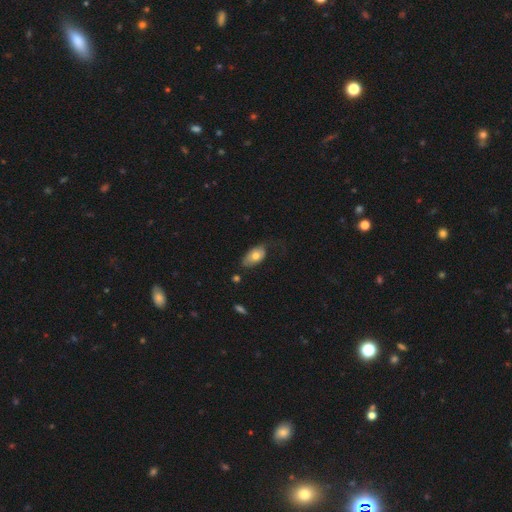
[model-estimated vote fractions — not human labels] A smooth galaxy with no disk features (67%) that is in between round and cigar-shaped (92%).

Vote fractions:
- Smooth or featured? smooth: 67% / featured or disk: 26% / star or artifact: 7%
- How rounded? in between: 92% / round: 5% / cigar-shaped: 3%
- Merging? none: 46% / minor disturbance: 34% / major disturbance: 18% / merger: 3%